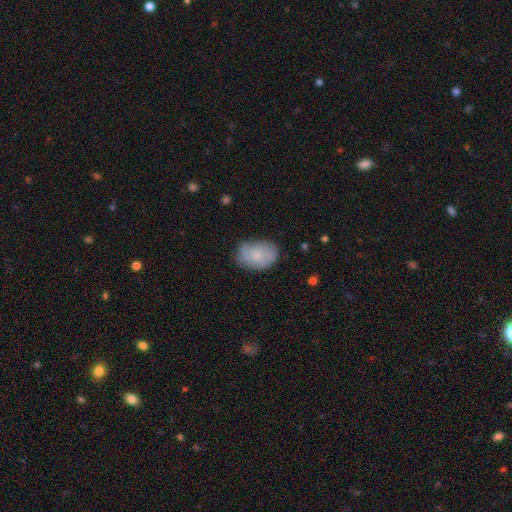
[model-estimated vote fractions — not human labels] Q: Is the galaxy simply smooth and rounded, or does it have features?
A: smooth — 65%.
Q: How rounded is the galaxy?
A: in between — 83%.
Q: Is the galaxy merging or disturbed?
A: none — 61%.